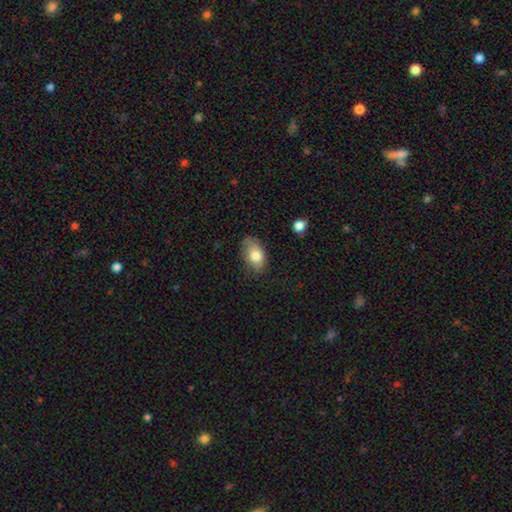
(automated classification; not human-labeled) A smooth galaxy with no disk features (79%) that is in between round and cigar-shaped (89%).

Vote fractions:
- Smooth or featured? smooth: 79% / featured or disk: 14% / star or artifact: 8%
- How rounded? in between: 89% / round: 9% / cigar-shaped: 2%
- Merging? none: 68% / minor disturbance: 25% / major disturbance: 6% / merger: 2%